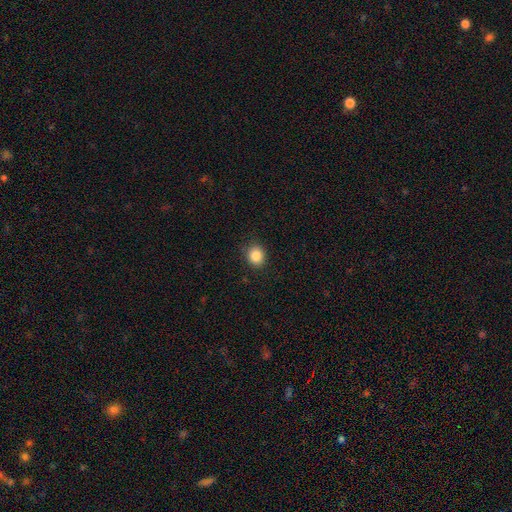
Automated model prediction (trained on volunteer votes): Smooth or featured: smooth — 86% (star or artifact — 10%)
How rounded: round — 77% (in between — 22%)
Merging: none — 88% (minor disturbance — 9%)